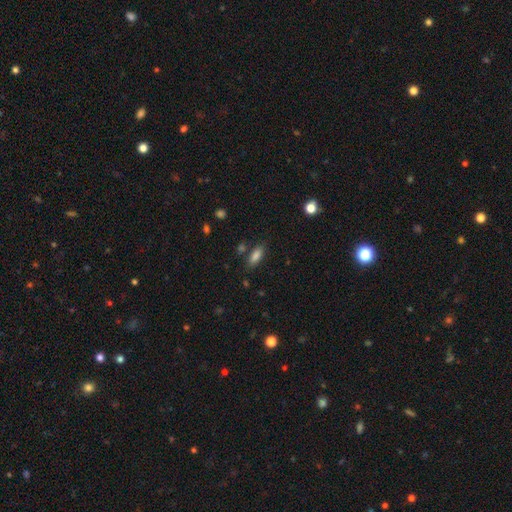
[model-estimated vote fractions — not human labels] smooth_or_featured: smooth (p=0.84) [alt: star or artifact p=0.09]
how_rounded: in between (p=0.78) [alt: cigar-shaped p=0.20]
merging: none (p=0.79) [alt: minor disturbance p=0.13]